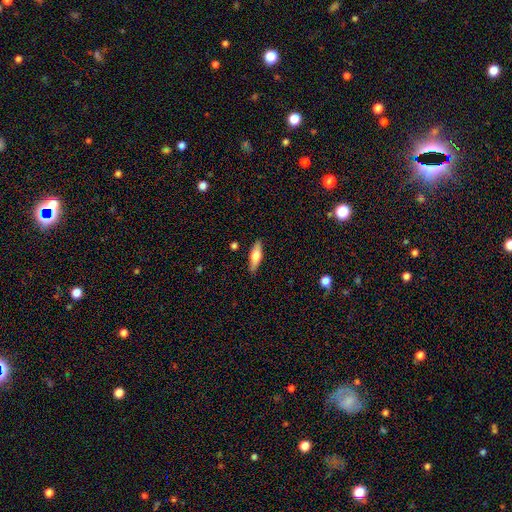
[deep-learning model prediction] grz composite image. It shows a smooth galaxy with no disk features (59%) that is cigar-shaped (50%). Merging: none (88%).